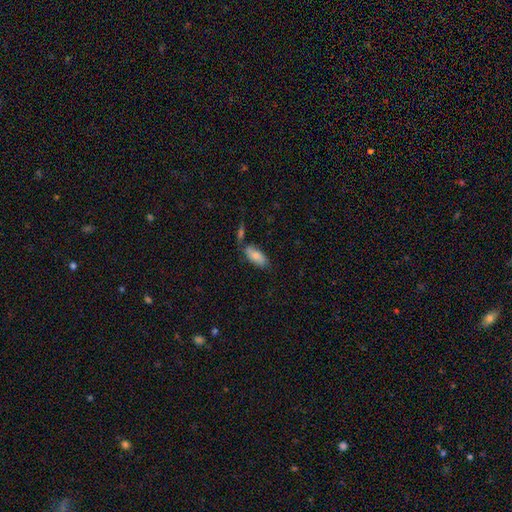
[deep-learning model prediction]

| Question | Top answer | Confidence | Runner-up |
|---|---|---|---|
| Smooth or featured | smooth | 75% | featured or disk (18%) |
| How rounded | in between | 86% | cigar-shaped (11%) |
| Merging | none | 60% | minor disturbance (21%) |